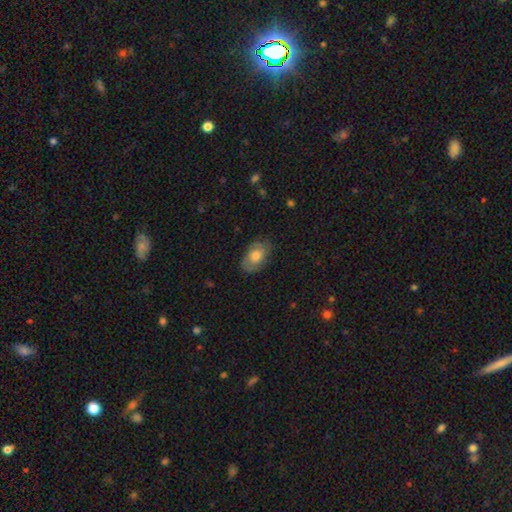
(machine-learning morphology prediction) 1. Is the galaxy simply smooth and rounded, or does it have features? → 60% smooth, 32% featured or disk, 7% star or artifact.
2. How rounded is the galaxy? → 88% in between, 10% round, 2% cigar-shaped.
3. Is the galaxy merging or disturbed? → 77% none, 18% minor disturbance, 5% major disturbance, 1% merger.